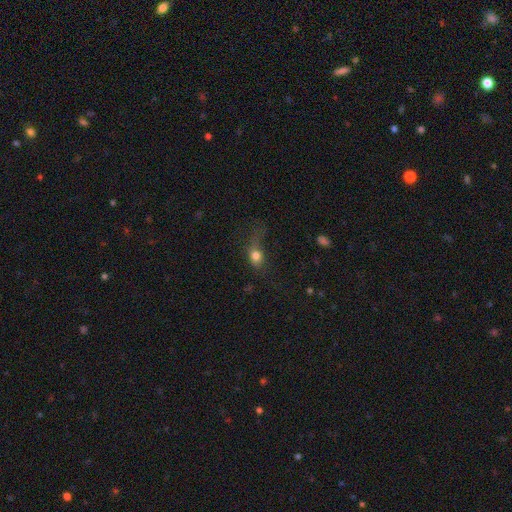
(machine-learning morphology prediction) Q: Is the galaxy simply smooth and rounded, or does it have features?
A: smooth — 75%.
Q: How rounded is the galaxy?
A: in between — 48%.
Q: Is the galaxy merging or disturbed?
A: major disturbance — 37%.